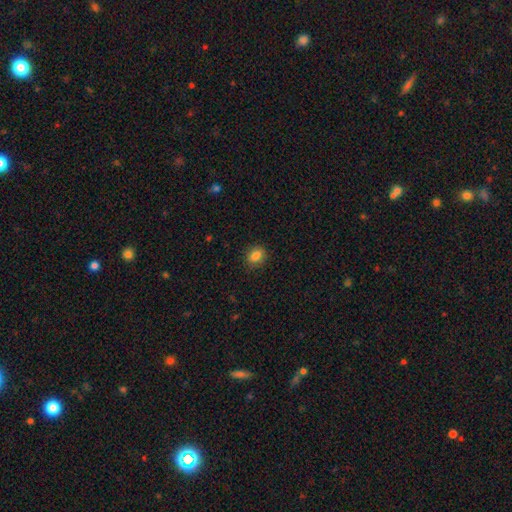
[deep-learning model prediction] This is clearly a smooth galaxy (84%). How rounded: possibly in between (50%). Merging: clearly none (87%).